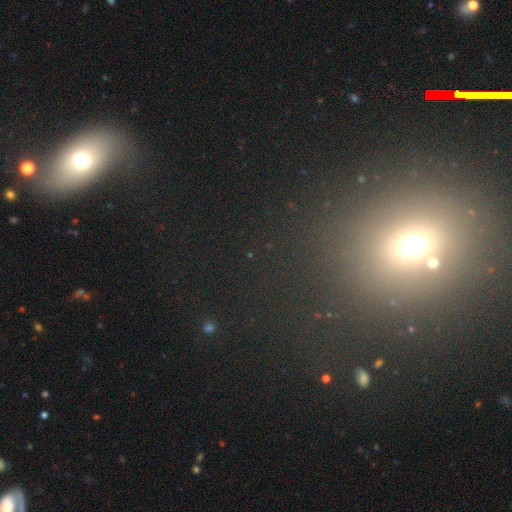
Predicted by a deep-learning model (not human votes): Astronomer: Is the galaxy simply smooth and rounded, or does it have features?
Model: smooth — 42% (runner-up: star or artifact, 41%).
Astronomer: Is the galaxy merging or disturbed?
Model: none — 70%.